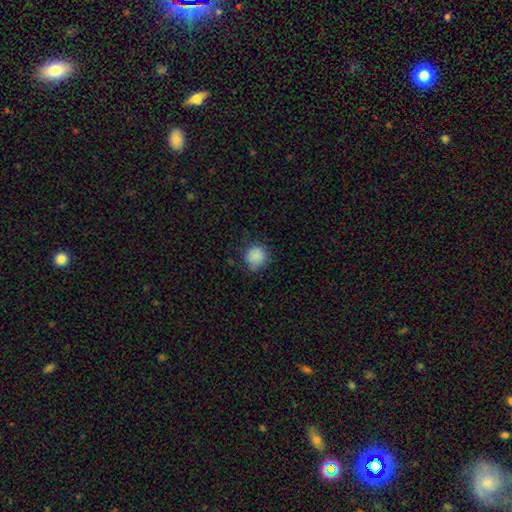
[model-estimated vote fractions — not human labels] This appears to be a smooth galaxy with no disk features (86%) that is round (84%). Merging: none (77%).